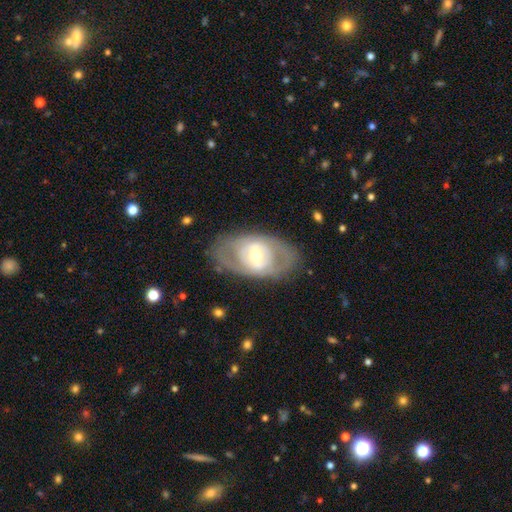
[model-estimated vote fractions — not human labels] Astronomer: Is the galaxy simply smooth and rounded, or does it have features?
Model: featured or disk — 70%.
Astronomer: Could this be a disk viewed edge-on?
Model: no — 92%.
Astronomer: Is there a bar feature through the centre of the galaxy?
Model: weak — 42% (runner-up: no, 31%).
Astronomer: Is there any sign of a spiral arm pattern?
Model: no — 54% (runner-up: yes, 46%).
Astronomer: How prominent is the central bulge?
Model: moderate — 63%.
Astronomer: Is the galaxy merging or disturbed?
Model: none — 77%.